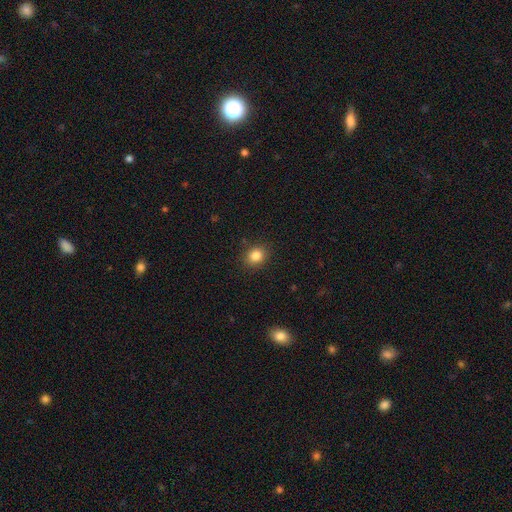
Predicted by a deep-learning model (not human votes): Overall: smooth (84%). How rounded: round (56%; in between 43%). Merging: none (88%).